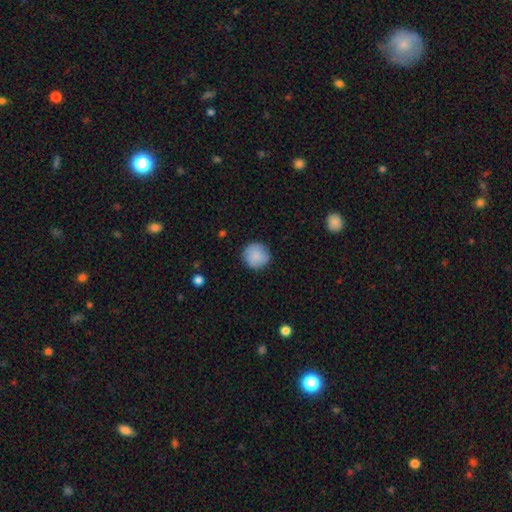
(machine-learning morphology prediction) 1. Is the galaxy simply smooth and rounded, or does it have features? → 82% smooth, 11% featured or disk, 7% star or artifact.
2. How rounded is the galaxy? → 94% round, 5% in between, 1% cigar-shaped.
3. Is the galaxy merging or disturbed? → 84% none, 12% minor disturbance, 3% major disturbance, 1% merger.